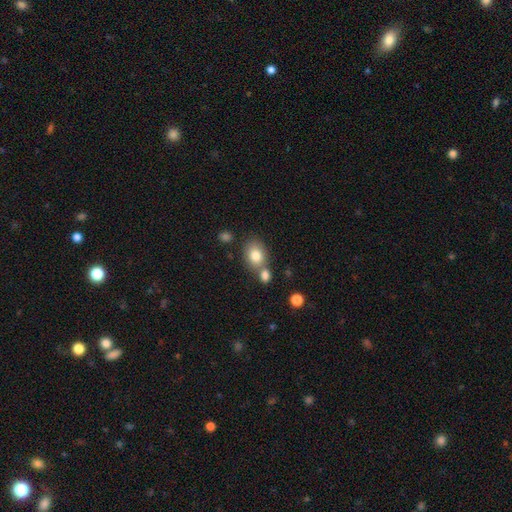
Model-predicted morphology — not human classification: Smooth or featured?
  - smooth: 80% *
  - featured or disk: 11%
  - star or artifact: 9%
How rounded?
  - in between: 62% *
  - round: 37%
  - cigar-shaped: 1%
Merging?
  - none: 55% *
  - merger: 29%
  - minor disturbance: 12%
  - major disturbance: 4%